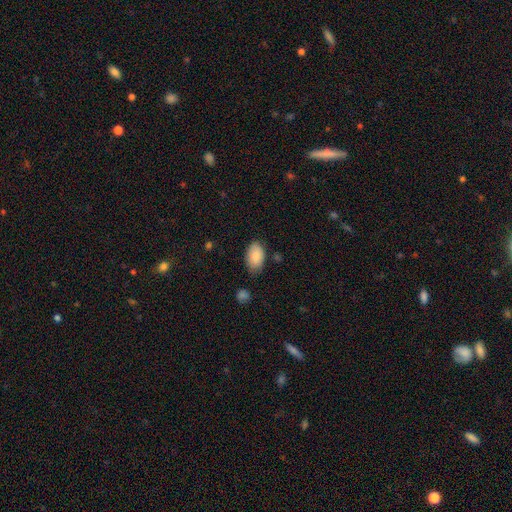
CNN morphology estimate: A smooth galaxy with no disk features (88%) that is in between round and cigar-shaped (93%).

Vote fractions:
- Smooth or featured? smooth: 88% / star or artifact: 7% / featured or disk: 6%
- How rounded? in between: 93% / round: 6% / cigar-shaped: 1%
- Merging? none: 74% / minor disturbance: 20% / major disturbance: 4% / merger: 2%